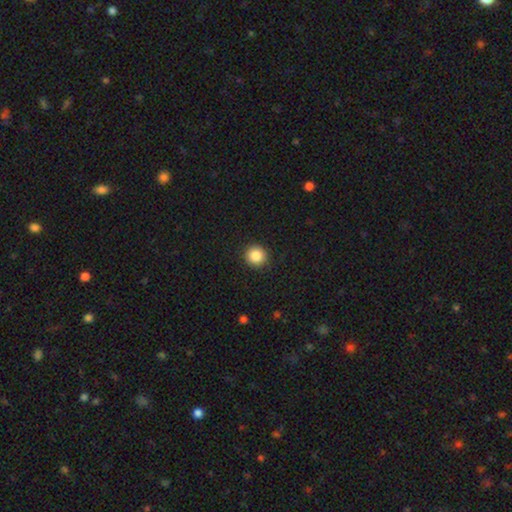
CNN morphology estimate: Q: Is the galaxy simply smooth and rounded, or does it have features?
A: smooth — 86%.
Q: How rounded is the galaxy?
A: round — 93%.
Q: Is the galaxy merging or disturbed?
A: none — 92%.